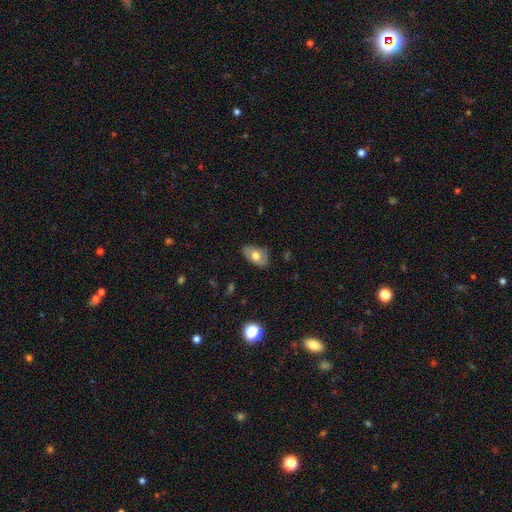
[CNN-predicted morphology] Smooth or featured? smooth (68%)
How rounded? in between (90%)
Merging? none (78%)